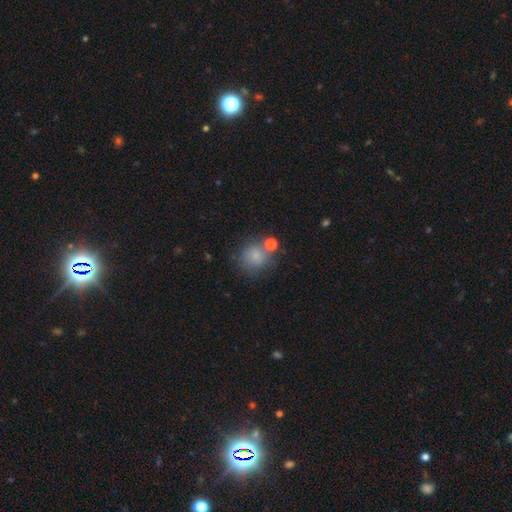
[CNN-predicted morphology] A smooth galaxy with no disk features (78%) that is round (84%).

Vote fractions:
- Smooth or featured? smooth: 78% / star or artifact: 12% / featured or disk: 10%
- How rounded? round: 84% / in between: 15% / cigar-shaped: 1%
- Merging? none: 63% / minor disturbance: 15% / merger: 14% / major disturbance: 8%